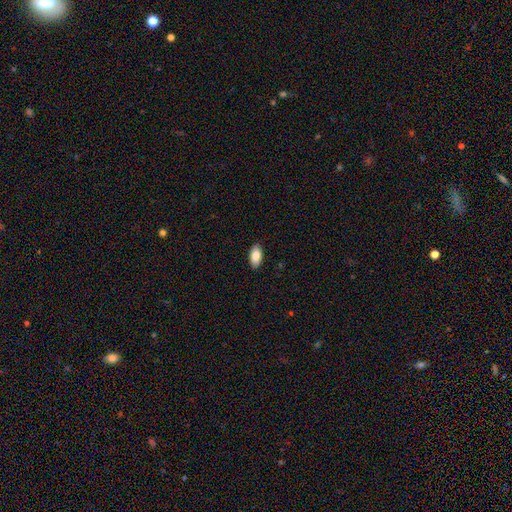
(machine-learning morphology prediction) A smooth galaxy with no disk features (82%) that is in between round and cigar-shaped (92%). Merging: none (89%).